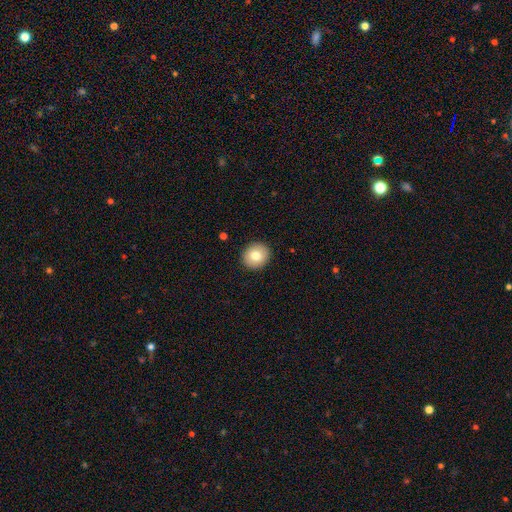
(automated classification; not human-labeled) Morphology: type=smooth (78%); roundness=round (85%); merging=none (92%).